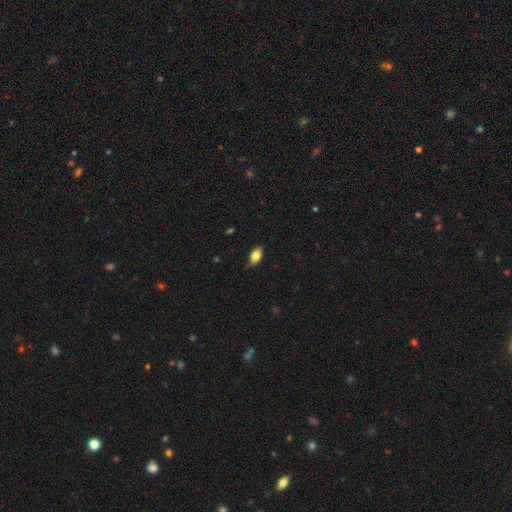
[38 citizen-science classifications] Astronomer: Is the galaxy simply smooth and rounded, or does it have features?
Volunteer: smooth — 82%.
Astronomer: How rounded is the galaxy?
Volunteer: in between — 87%.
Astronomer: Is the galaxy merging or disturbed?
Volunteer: none — 76%.